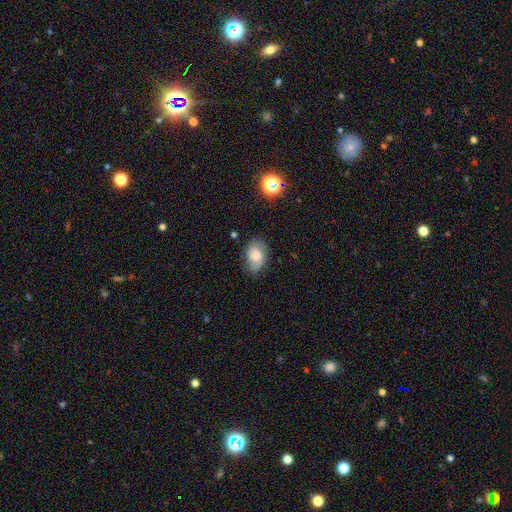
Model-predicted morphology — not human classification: Smooth or featured: smooth — 55% (featured or disk — 35%)
How rounded: in between — 82% (round — 17%)
Merging: none — 67% (minor disturbance — 23%)